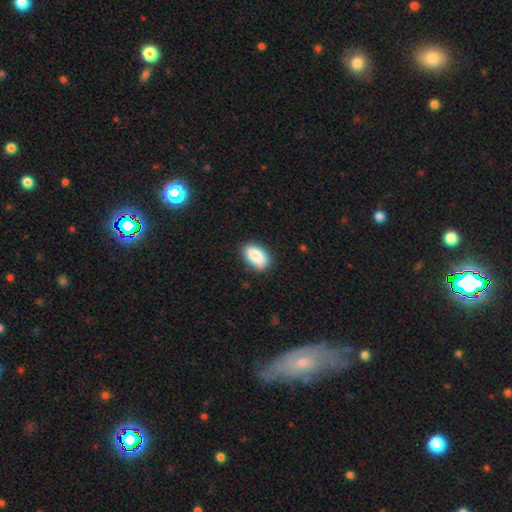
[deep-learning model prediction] A smooth galaxy with no disk features (87%) that is in between round and cigar-shaped (92%).

Vote fractions:
- Smooth or featured? smooth: 87% / star or artifact: 7% / featured or disk: 6%
- How rounded? in between: 92% / round: 7% / cigar-shaped: 2%
- Merging? none: 79% / minor disturbance: 16% / major disturbance: 3% / merger: 2%